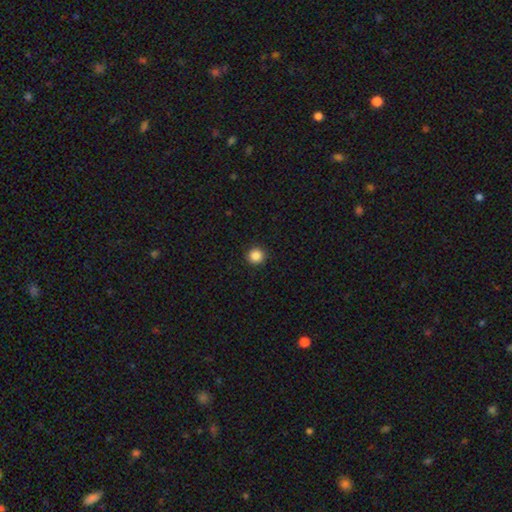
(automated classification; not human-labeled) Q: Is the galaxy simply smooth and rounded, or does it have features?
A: smooth — 86%.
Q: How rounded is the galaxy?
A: round — 95%.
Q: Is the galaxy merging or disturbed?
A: none — 93%.